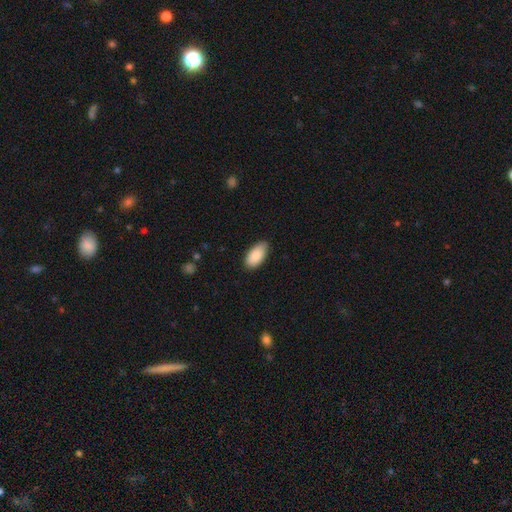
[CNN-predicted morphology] Smooth or featured? Predicted: smooth (p=0.88). How rounded? Predicted: in between (p=0.94). Merging? Predicted: none (p=0.82).